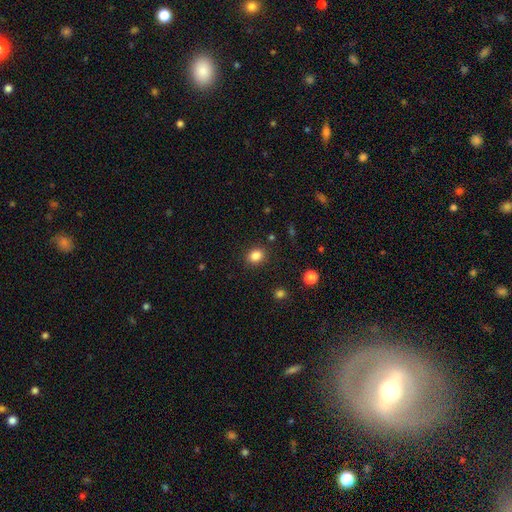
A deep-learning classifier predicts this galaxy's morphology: smooth-or-featured: smooth: 85% | star or artifact: 11% | featured or disk: 4%
  how-rounded: round: 61% | in between: 38% | cigar-shaped: 1%
  merging: none: 88% | minor disturbance: 8% | major disturbance: 3% | merger: 2%